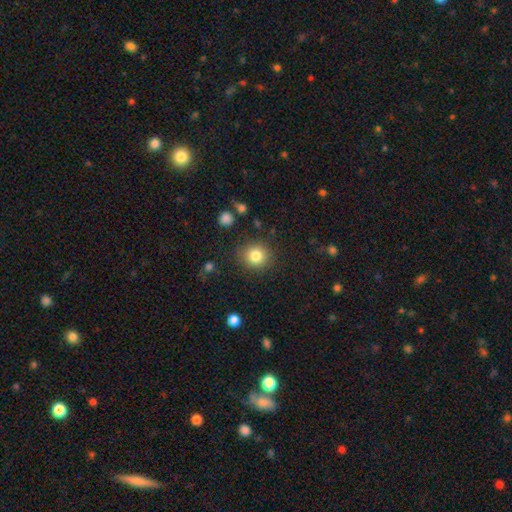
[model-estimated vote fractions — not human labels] smooth 82%, star or artifact 11%, featured or disk 7%. Down the decision tree: how rounded — round (87%); merging — none (87%).